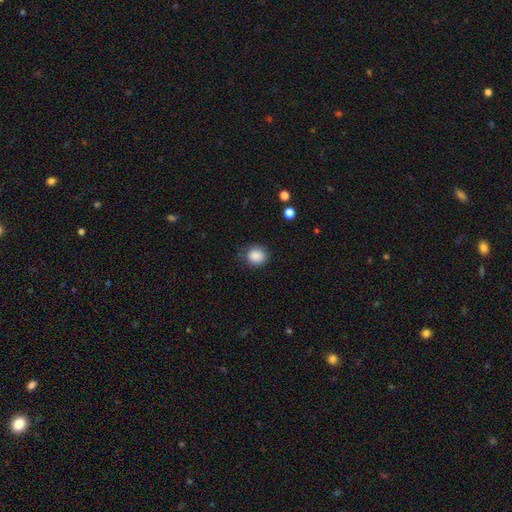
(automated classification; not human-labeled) smooth 87%, star or artifact 9%, featured or disk 4%. Down the decision tree: how rounded — round (81%); merging — none (77%).